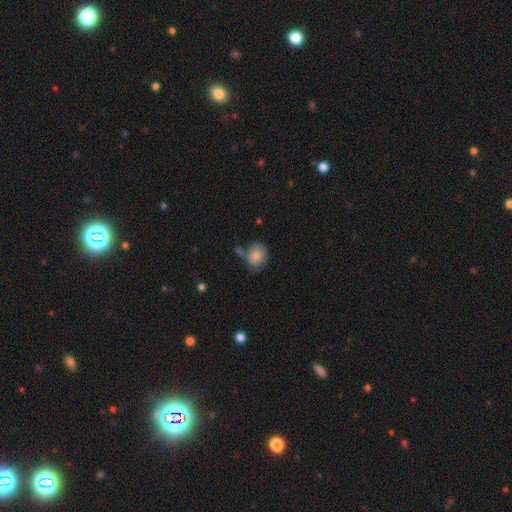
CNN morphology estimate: Smooth or featured?
  - smooth: 82% *
  - featured or disk: 11%
  - star or artifact: 8%
How rounded?
  - round: 69% *
  - in between: 30%
  - cigar-shaped: 1%
Merging?
  - none: 56% *
  - minor disturbance: 22%
  - merger: 14%
  - major disturbance: 8%